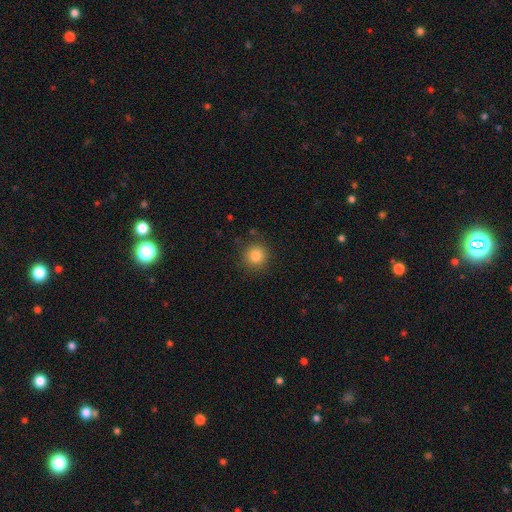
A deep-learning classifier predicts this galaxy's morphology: type=smooth (84%); roundness=round (94%); merging=none (87%).